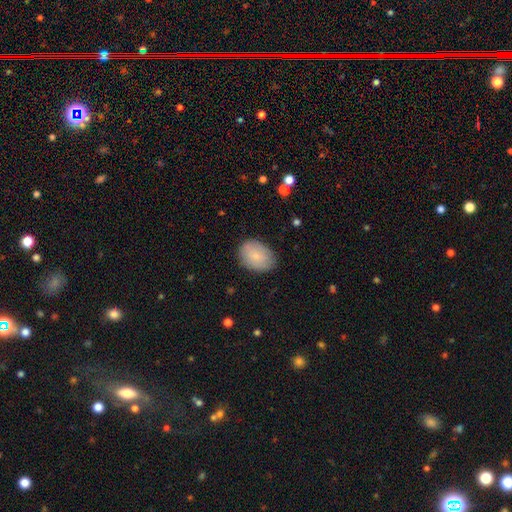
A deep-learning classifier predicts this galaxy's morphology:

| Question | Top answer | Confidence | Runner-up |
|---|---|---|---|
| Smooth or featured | smooth | 78% | featured or disk (15%) |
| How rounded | in between | 75% | round (24%) |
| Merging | none | 81% | minor disturbance (14%) |